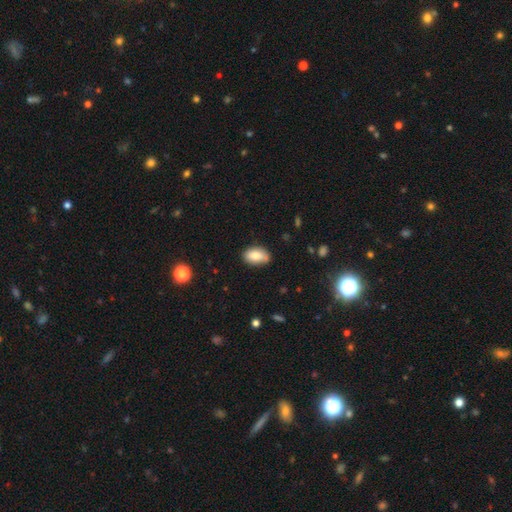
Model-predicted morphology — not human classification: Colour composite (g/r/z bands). It shows a smooth galaxy with no disk features (81%) that is in between round and cigar-shaped (91%). Merging: none (78%).